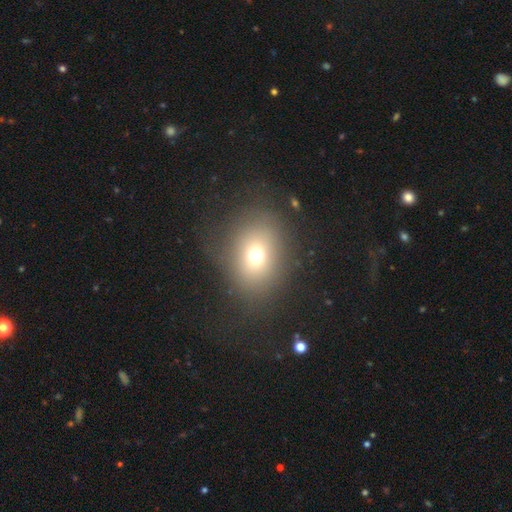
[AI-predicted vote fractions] Smooth or featured? smooth (69%)
How rounded? round (57%)
Merging? none (76%)